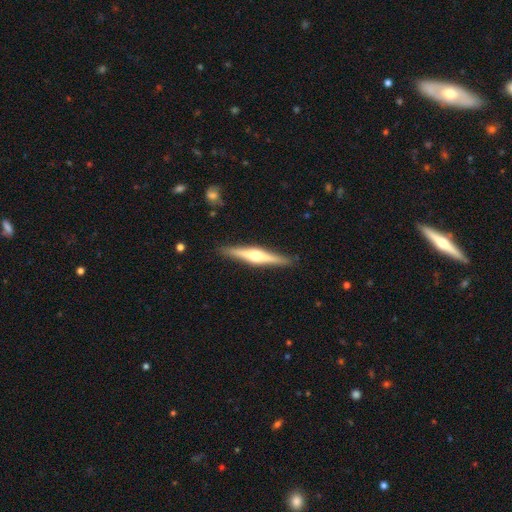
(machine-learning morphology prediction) featured or disk 72%, smooth 23%, star or artifact 5%. Down the decision tree: edge-on disk — yes (98%); edge-on bulge — rounded (91%); merging — none (90%).